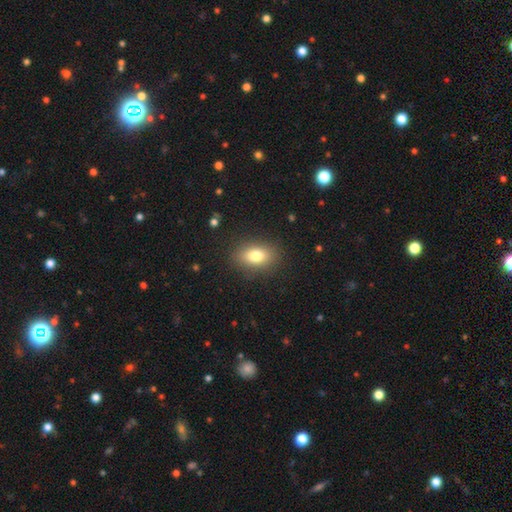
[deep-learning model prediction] Q: Smooth or featured?
A: smooth (79%); runner-up: featured or disk (11%)
Q: How rounded?
A: in between (82%); runner-up: round (16%)
Q: Merging?
A: none (87%); runner-up: minor disturbance (9%)